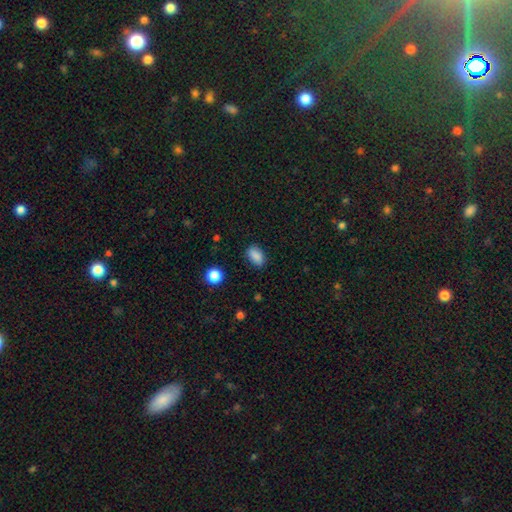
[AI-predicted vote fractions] Smooth or featured?
  - smooth: 86% *
  - star or artifact: 9%
  - featured or disk: 4%
How rounded?
  - in between: 87% *
  - round: 10%
  - cigar-shaped: 4%
Merging?
  - none: 81% *
  - minor disturbance: 14%
  - major disturbance: 3%
  - merger: 1%